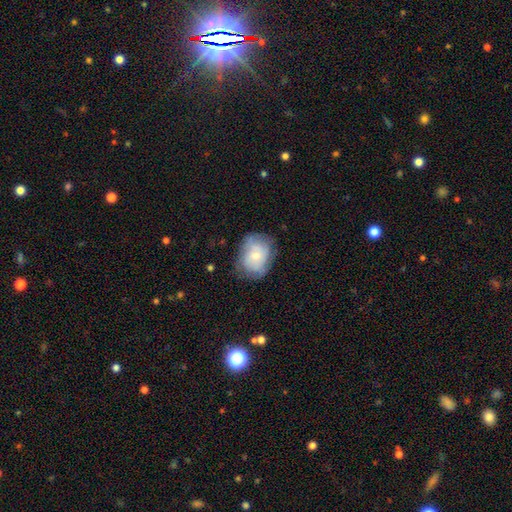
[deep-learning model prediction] A smooth galaxy with no disk features (55%) that is in between round and cigar-shaped (50%).

Vote fractions:
- Smooth or featured? smooth: 55% / featured or disk: 37% / star or artifact: 8%
- How rounded? in between: 50% / round: 49% / cigar-shaped: 1%
- Merging? none: 61% / minor disturbance: 27% / major disturbance: 10% / merger: 2%